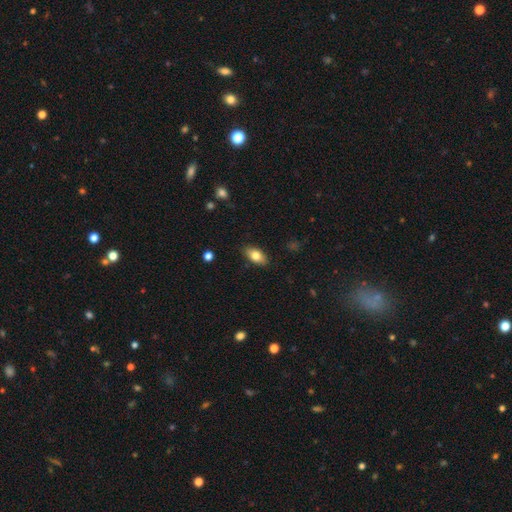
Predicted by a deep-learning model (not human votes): Overall: smooth (80%). How rounded: in between (90%). Merging: none (86%).